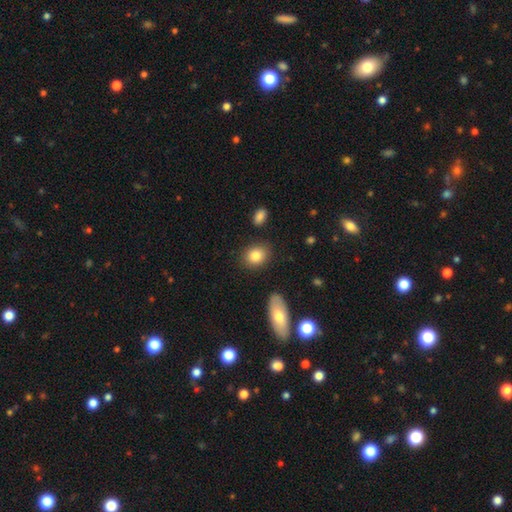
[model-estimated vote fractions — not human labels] Smooth or featured? smooth (84%)
How rounded? in between (55%)
Merging? none (84%)